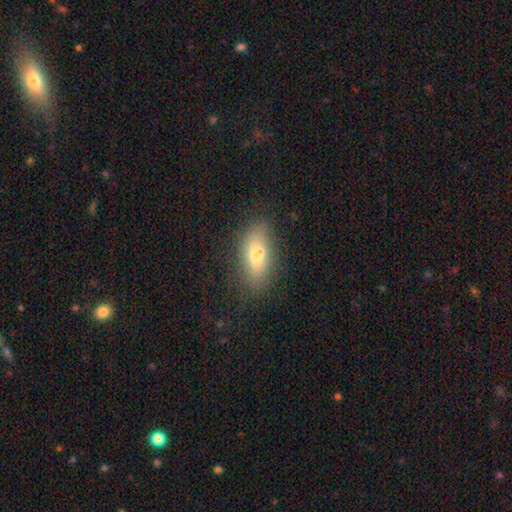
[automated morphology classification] The model was most divided on "smooth or featured": smooth: 71%, featured or disk: 19%, star or artifact: 9%. More confident: how rounded — in between (82%); merging — none (75%).